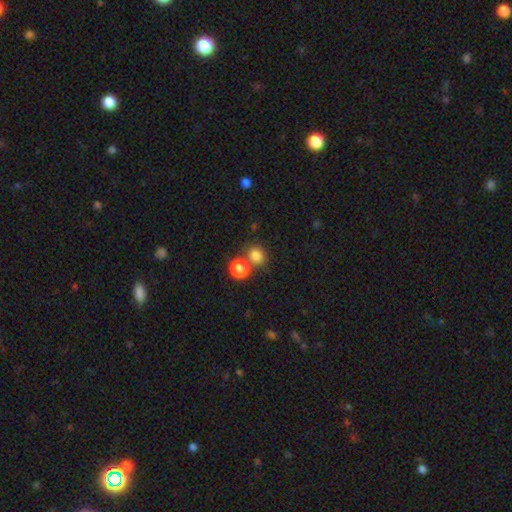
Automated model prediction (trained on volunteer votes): This is clearly a smooth galaxy (82%). How rounded: likely round (79%). Merging: likely none (61%).